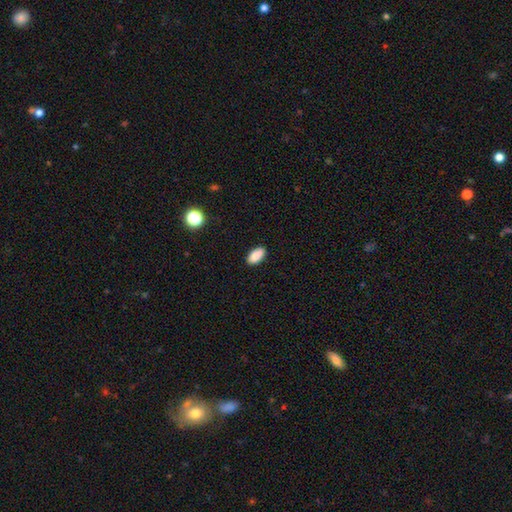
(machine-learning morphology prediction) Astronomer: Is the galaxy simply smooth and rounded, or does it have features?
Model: smooth — 87%.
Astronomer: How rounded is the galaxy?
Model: in between — 94%.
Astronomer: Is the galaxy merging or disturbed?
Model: none — 87%.